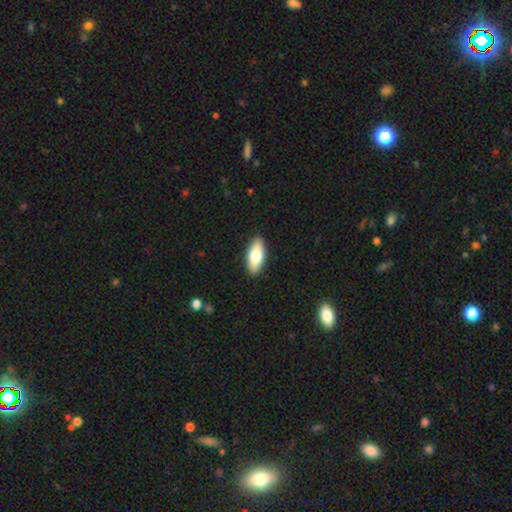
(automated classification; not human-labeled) Smooth or featured? smooth (73%)
How rounded? in between (83%)
Merging? none (90%)